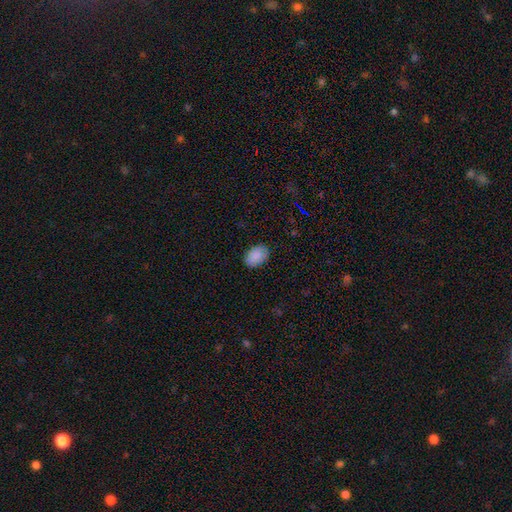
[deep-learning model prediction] A smooth galaxy with no disk features (89%) that is in between round and cigar-shaped (84%). Merging: none (85%).